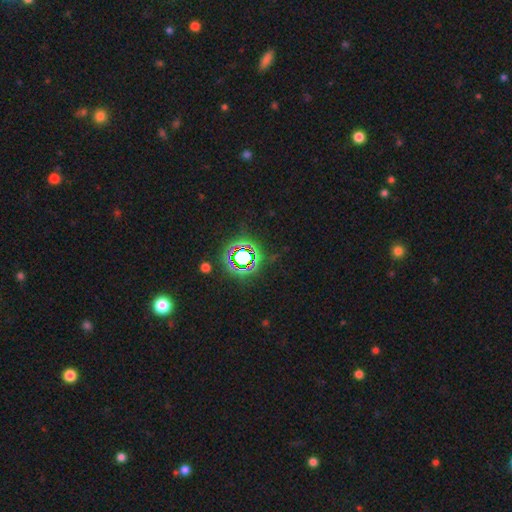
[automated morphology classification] This is likely a star or artifact rather than a galaxy (69%).